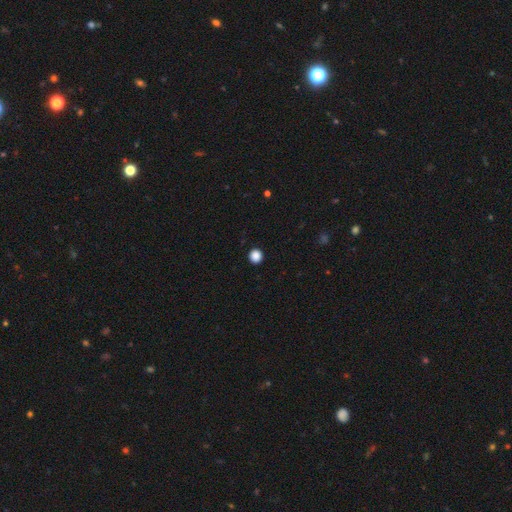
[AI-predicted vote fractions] Q: Smooth or featured?
A: smooth (88%); runner-up: star or artifact (10%)
Q: How rounded?
A: round (94%); runner-up: in between (5%)
Q: Merging?
A: none (94%); runner-up: minor disturbance (4%)